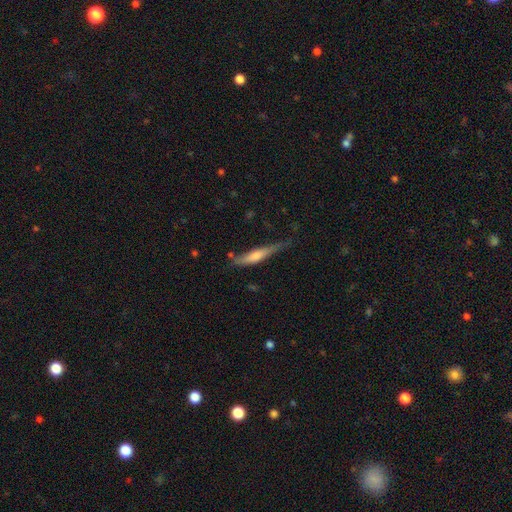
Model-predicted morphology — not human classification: A featured or disk galaxy (53%) viewed edge-on (92%).

Vote fractions:
- Smooth or featured? featured or disk: 53% / smooth: 40% / star or artifact: 7%
- Edge-on disk? yes: 92% / no: 8%
- Merging? none: 58% / minor disturbance: 29% / major disturbance: 9% / merger: 4%